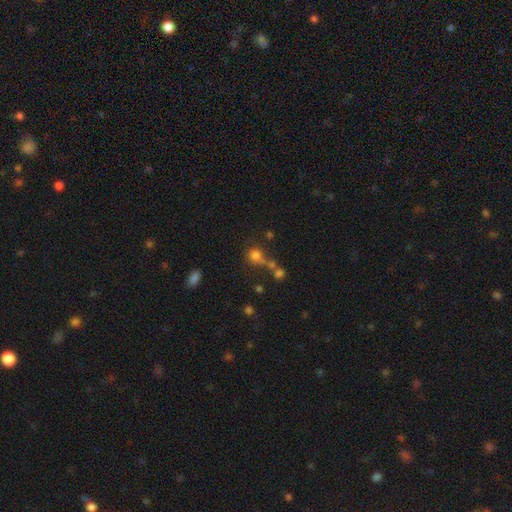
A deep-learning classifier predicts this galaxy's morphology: smooth_or_featured: smooth (p=0.75) [alt: star or artifact p=0.16]
how_rounded: round (p=0.85) [alt: in between p=0.14]
merging: none (p=0.51) [alt: merger p=0.29]